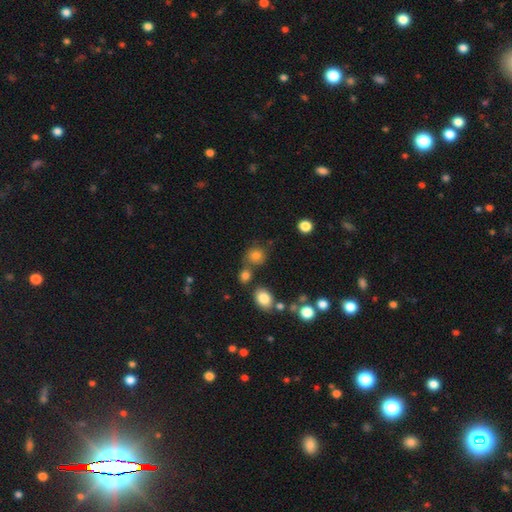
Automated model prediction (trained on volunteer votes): Q: Smooth or featured?
A: smooth (79%); runner-up: star or artifact (13%)
Q: How rounded?
A: round (79%); runner-up: in between (20%)
Q: Merging?
A: none (66%); runner-up: merger (16%)